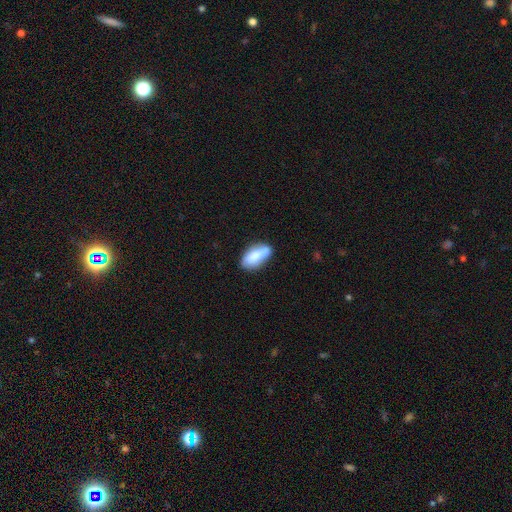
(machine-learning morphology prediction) smooth-or-featured: smooth: 73% | featured or disk: 20% | star or artifact: 7%
  how-rounded: in between: 81% | cigar-shaped: 16% | round: 3%
  merging: none: 66% | minor disturbance: 23% | merger: 6% | major disturbance: 5%